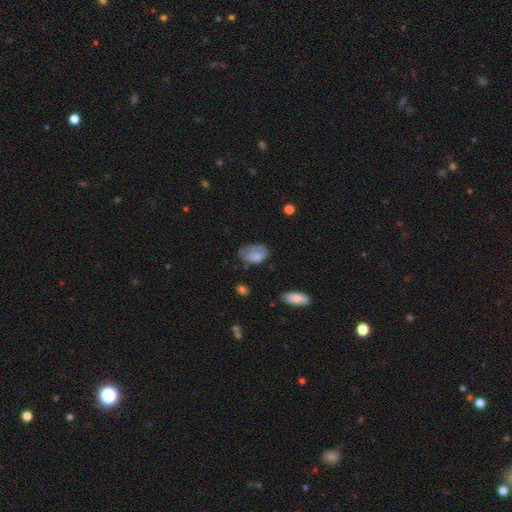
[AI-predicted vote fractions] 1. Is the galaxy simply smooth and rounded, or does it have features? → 67% smooth, 25% featured or disk, 8% star or artifact.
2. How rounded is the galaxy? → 88% in between, 10% round, 2% cigar-shaped.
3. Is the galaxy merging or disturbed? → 41% none, 33% minor disturbance, 23% major disturbance, 3% merger.